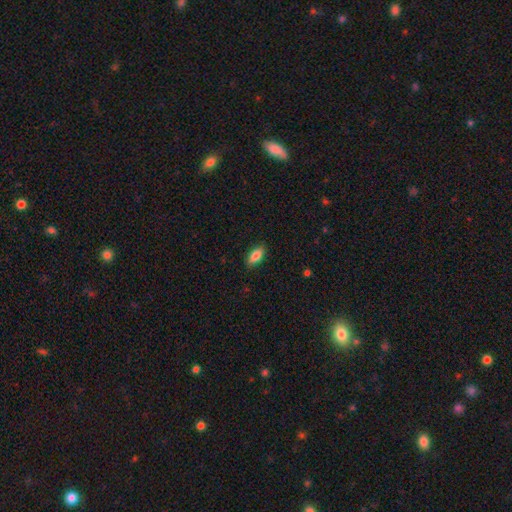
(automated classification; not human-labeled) The model was most divided on "how rounded": in between: 81%, cigar-shaped: 16%, round: 3%. More confident: merging — none (85%); smooth or featured — smooth (83%).